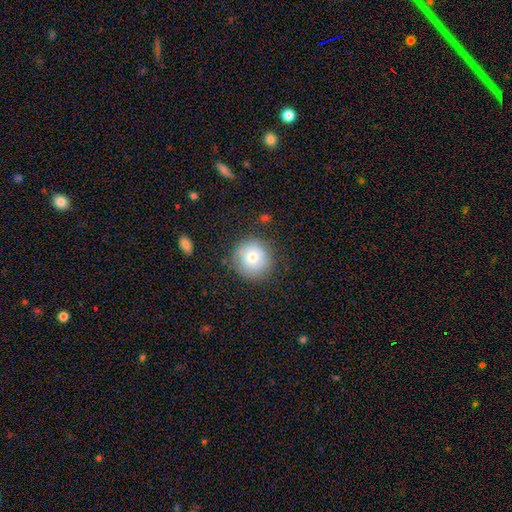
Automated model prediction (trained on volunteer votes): smooth_or_featured: smooth (p=0.75) [alt: featured or disk p=0.15]
how_rounded: round (p=0.94) [alt: in between p=0.05]
merging: none (p=0.81) [alt: minor disturbance p=0.13]